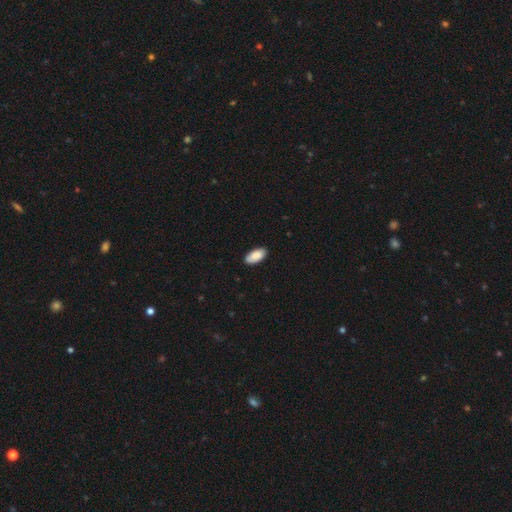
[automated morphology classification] Smooth or featured? Predicted: smooth (p=0.88). How rounded? Predicted: in between (p=0.94). Merging? Predicted: none (p=0.87).